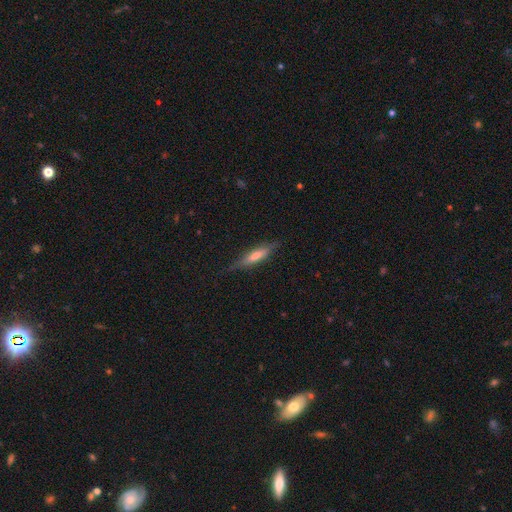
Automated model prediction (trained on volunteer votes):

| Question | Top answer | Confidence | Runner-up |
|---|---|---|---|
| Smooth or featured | featured or disk | 54% | smooth (38%) |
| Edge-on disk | yes | 93% | no (7%) |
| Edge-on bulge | rounded | 58% | none (24%) |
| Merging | none | 81% | minor disturbance (15%) |